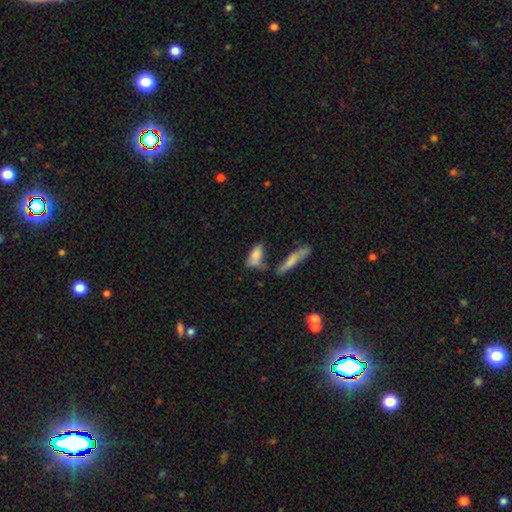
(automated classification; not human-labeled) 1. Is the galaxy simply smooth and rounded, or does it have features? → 78% smooth, 14% featured or disk, 8% star or artifact.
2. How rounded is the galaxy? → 71% in between, 26% cigar-shaped, 3% round.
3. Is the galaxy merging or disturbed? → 39% none, 30% merger, 20% minor disturbance, 11% major disturbance.